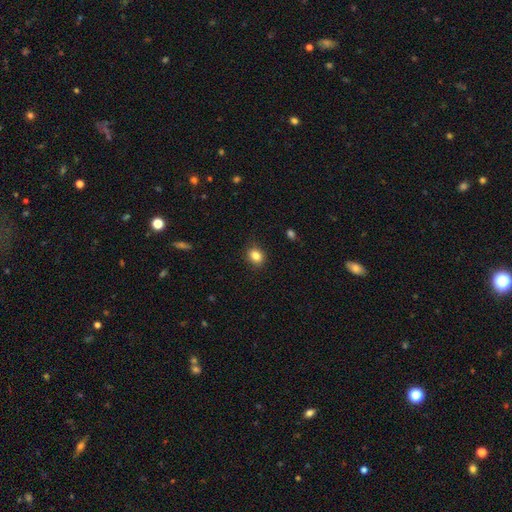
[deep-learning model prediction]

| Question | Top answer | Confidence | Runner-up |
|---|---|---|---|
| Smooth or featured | smooth | 84% | star or artifact (10%) |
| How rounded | round | 55% | in between (44%) |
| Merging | none | 87% | minor disturbance (10%) |